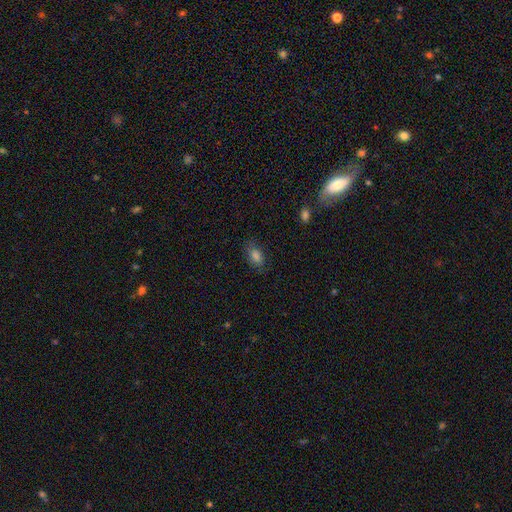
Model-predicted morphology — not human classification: Q: Smooth or featured?
A: smooth (78%); runner-up: star or artifact (12%)
Q: How rounded?
A: in between (88%); runner-up: round (7%)
Q: Merging?
A: none (79%); runner-up: minor disturbance (15%)